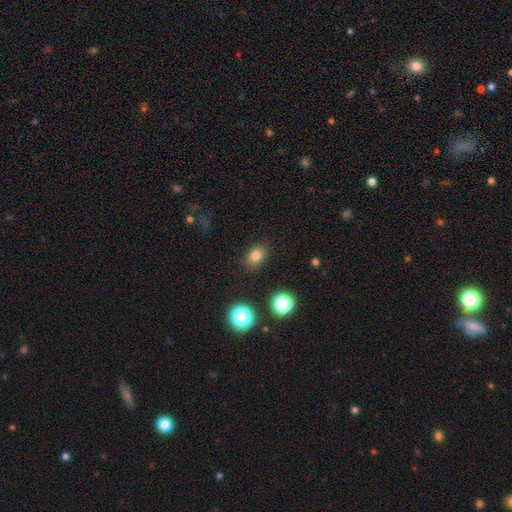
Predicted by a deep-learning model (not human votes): This is likely a smooth galaxy (79%). How rounded: likely in between (68%). Merging: clearly none (85%).